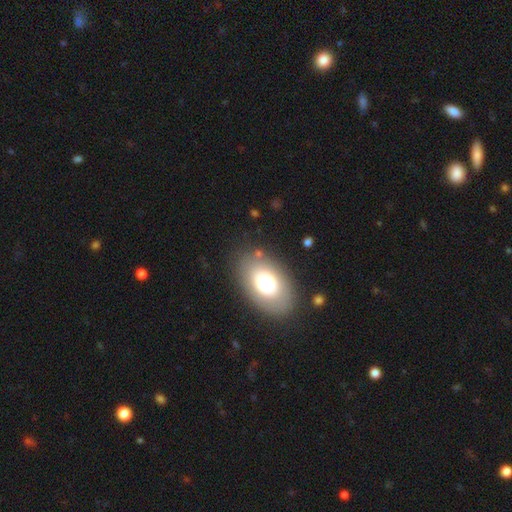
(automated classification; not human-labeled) smooth_or_featured: smooth (p=0.68) [alt: featured or disk p=0.23]
how_rounded: in between (p=0.88) [alt: round p=0.11]
merging: none (p=0.85) [alt: minor disturbance p=0.10]